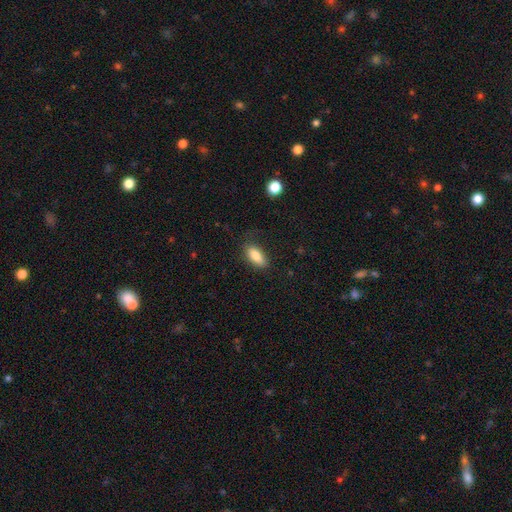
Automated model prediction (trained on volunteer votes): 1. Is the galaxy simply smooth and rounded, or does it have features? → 80% smooth, 12% featured or disk, 7% star or artifact.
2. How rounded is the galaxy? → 82% in between, 15% cigar-shaped, 3% round.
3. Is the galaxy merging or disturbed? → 77% none, 17% minor disturbance, 4% major disturbance, 1% merger.